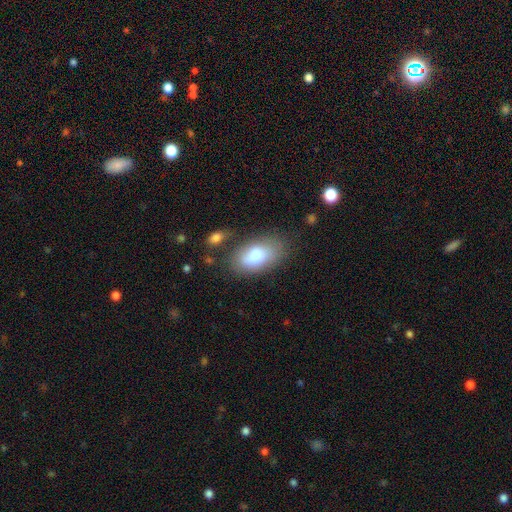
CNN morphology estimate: Smooth or featured?
  - smooth: 81% *
  - featured or disk: 12%
  - star or artifact: 7%
How rounded?
  - in between: 93% *
  - round: 5%
  - cigar-shaped: 2%
Merging?
  - none: 64% *
  - minor disturbance: 21%
  - major disturbance: 8%
  - merger: 7%